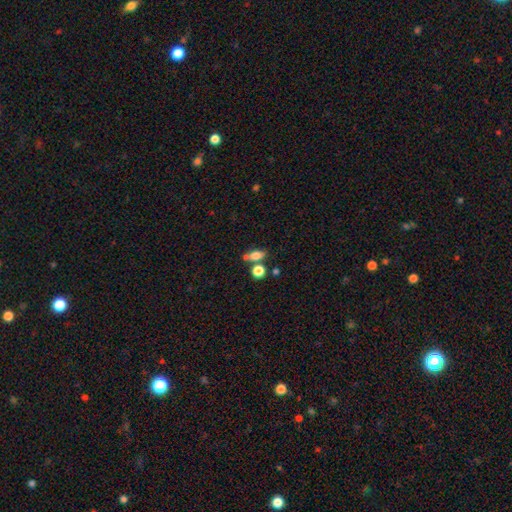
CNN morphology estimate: This is likely a smooth galaxy (75%). How rounded: likely in between (72%). Merging: likely none (61%).